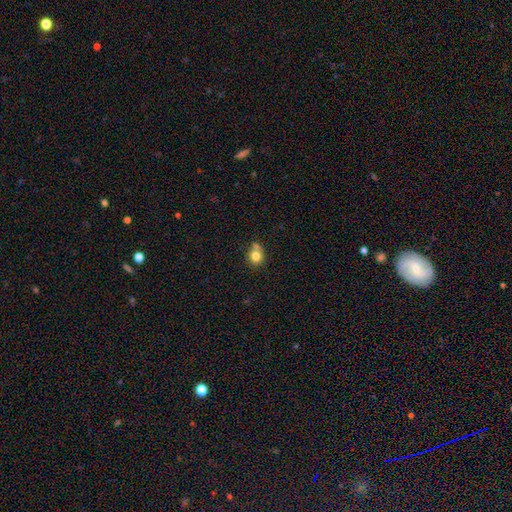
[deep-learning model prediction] Smooth or featured: smooth — 79% (star or artifact — 11%)
How rounded: round — 76% (in between — 23%)
Merging: none — 51% (merger — 32%)